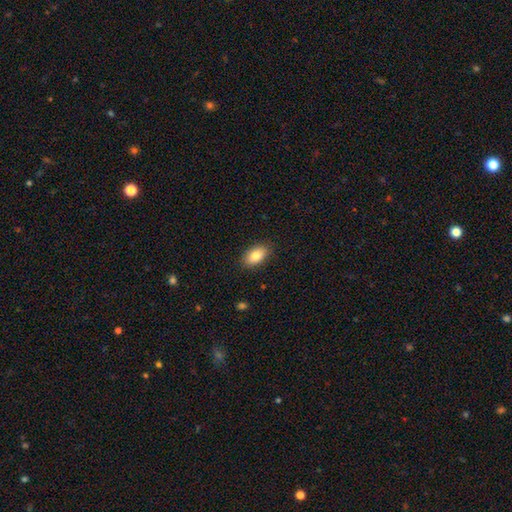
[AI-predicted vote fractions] smooth-or-featured: smooth: 82% | featured or disk: 11% | star or artifact: 7%
  how-rounded: in between: 91% | round: 6% | cigar-shaped: 3%
  merging: none: 87% | minor disturbance: 9% | major disturbance: 2% | merger: 1%